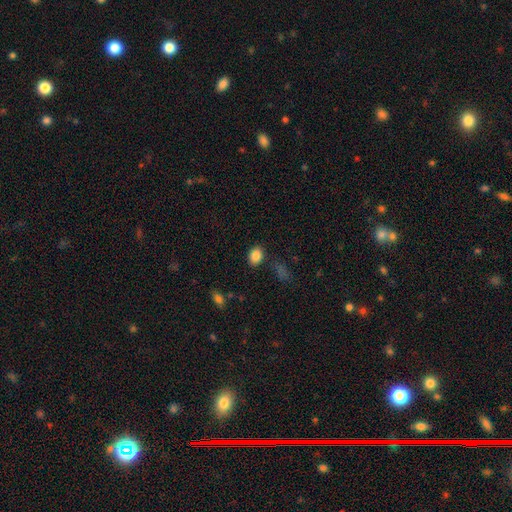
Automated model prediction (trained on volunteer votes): Morphology: type=smooth (86%); roundness=in between (71%); merging=none (84%).